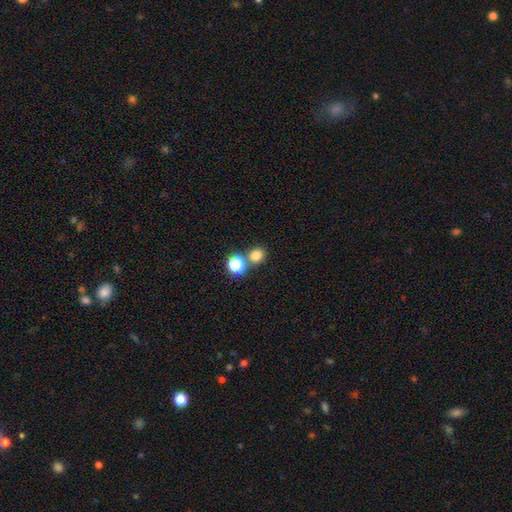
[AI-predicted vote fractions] Smooth or featured? Predicted: smooth (p=0.78). How rounded? Predicted: round (p=0.79). Merging? Predicted: none (p=0.64).